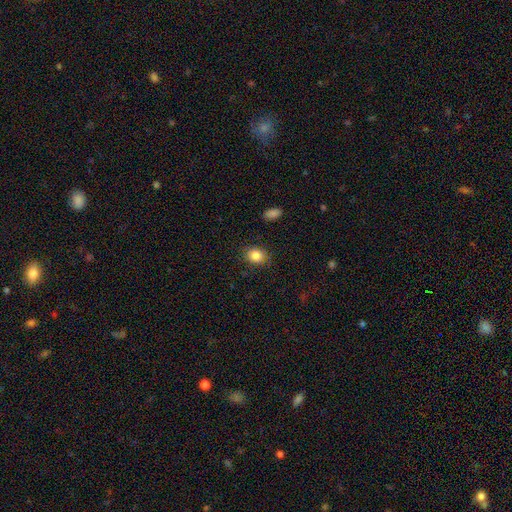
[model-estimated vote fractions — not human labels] smooth-or-featured: smooth: 86% | star or artifact: 9% | featured or disk: 5%
  how-rounded: round: 50% | in between: 49% | cigar-shaped: 1%
  merging: none: 83% | minor disturbance: 12% | major disturbance: 3% | merger: 1%